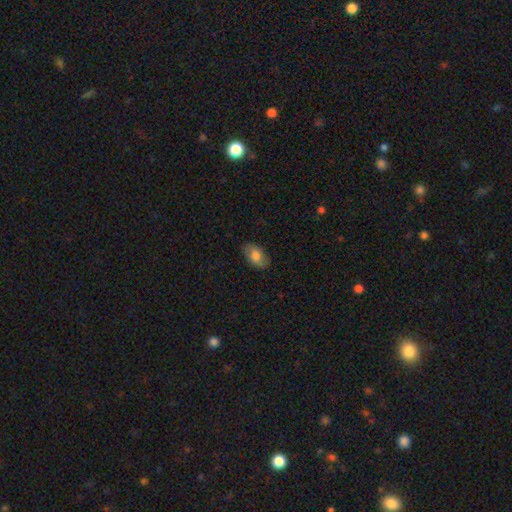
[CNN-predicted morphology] smooth 76%, featured or disk 17%, star or artifact 7%. Down the decision tree: how rounded — in between (93%); merging — none (85%).